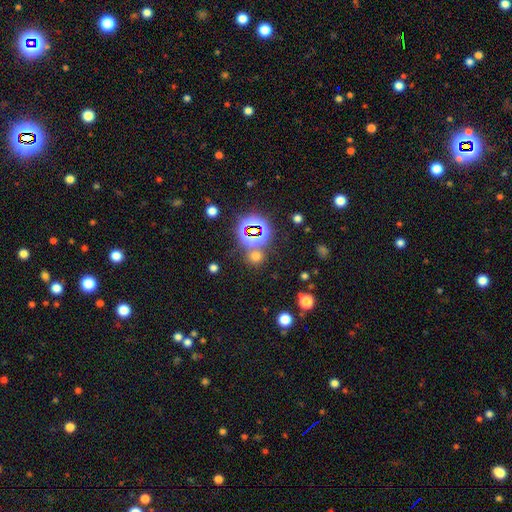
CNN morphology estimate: The model was most divided on "smooth or featured": smooth: 51%, star or artifact: 42%, featured or disk: 7%. More confident: how rounded — round (86%); merging — none (73%).